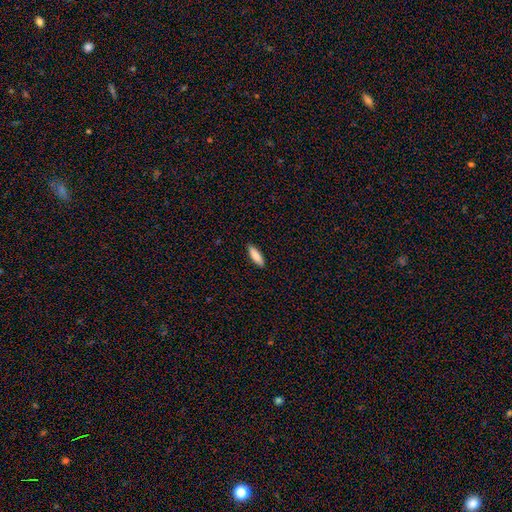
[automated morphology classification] Smooth or featured?
  - smooth: 83% *
  - featured or disk: 11%
  - star or artifact: 6%
How rounded?
  - in between: 54% *
  - cigar-shaped: 45%
  - round: 2%
Merging?
  - none: 90% *
  - minor disturbance: 7%
  - major disturbance: 2%
  - merger: 1%